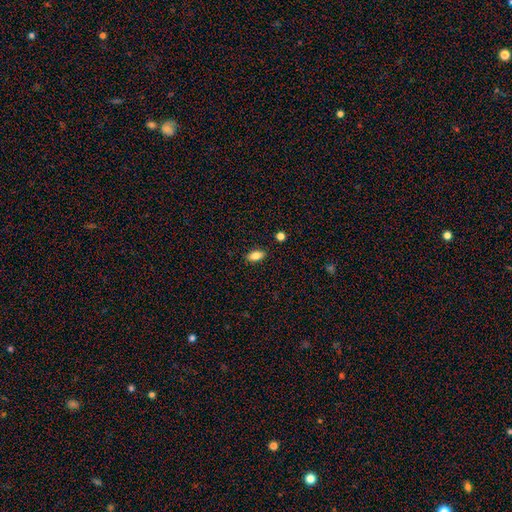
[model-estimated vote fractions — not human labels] Overall: smooth (81%). How rounded: in between (89%). Merging: none (87%).